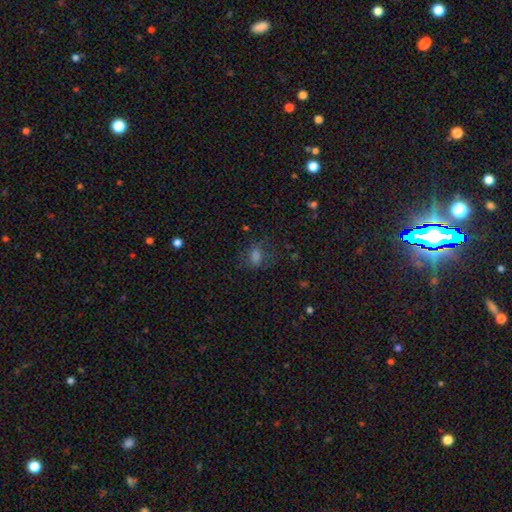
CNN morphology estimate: Smooth or featured? Predicted: smooth (p=0.57). How rounded? Predicted: in between (p=0.64). Merging? Predicted: none (p=0.63).